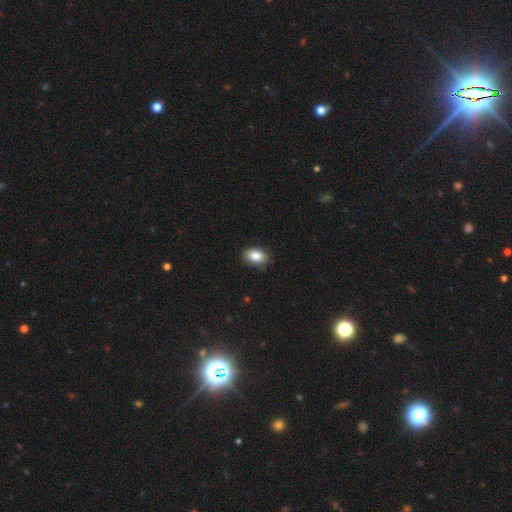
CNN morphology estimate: Q: Smooth or featured?
A: smooth (84%); runner-up: star or artifact (8%)
Q: How rounded?
A: in between (87%); runner-up: round (11%)
Q: Merging?
A: none (87%); runner-up: minor disturbance (10%)